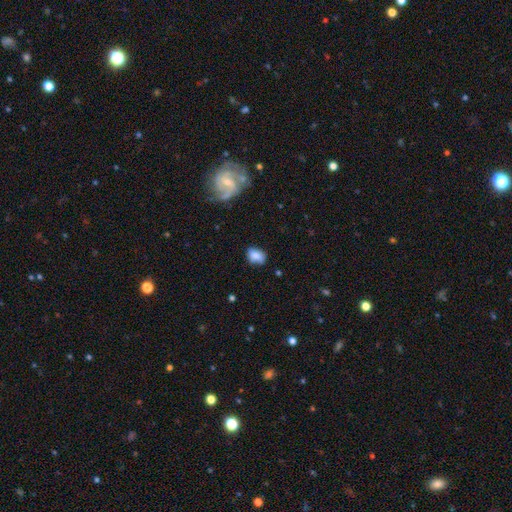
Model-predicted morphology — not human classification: smooth 74%, featured or disk 17%, star or artifact 9%. Down the decision tree: how rounded — in between (76%); merging — none (61%).